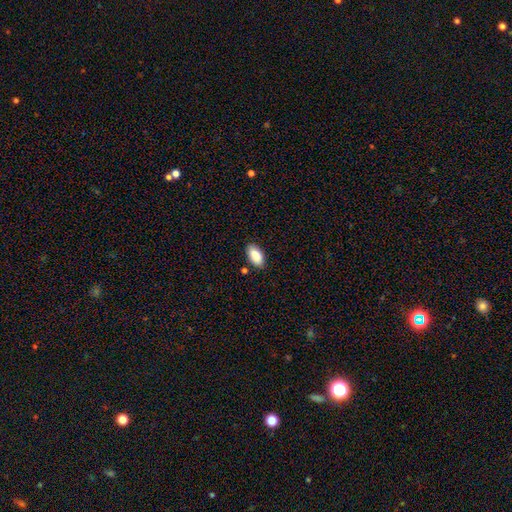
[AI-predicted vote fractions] smooth 90%, star or artifact 7%, featured or disk 4%. Down the decision tree: how rounded — in between (94%); merging — none (84%).